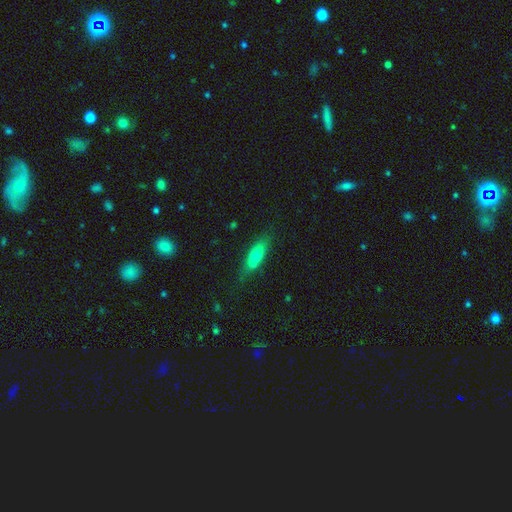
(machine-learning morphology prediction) This appears to be a smooth galaxy with no disk features (69%) that is in between round and cigar-shaped (52%). Merging: none (63%).